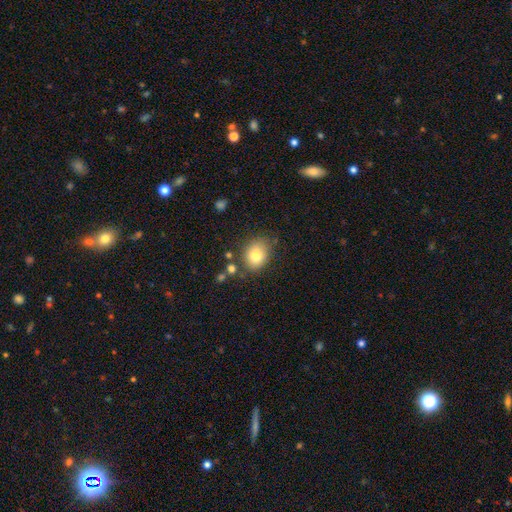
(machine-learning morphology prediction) The model was most divided on "how rounded": round: 54%, in between: 46%, cigar-shaped: 1%. More confident: smooth or featured — smooth (80%); merging — none (74%).